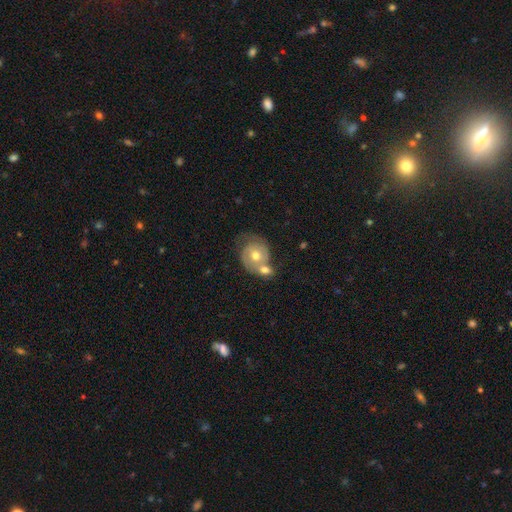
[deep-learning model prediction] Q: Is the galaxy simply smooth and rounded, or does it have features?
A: featured or disk — 59%.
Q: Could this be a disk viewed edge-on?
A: no — 97%.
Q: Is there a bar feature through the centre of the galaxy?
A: no — 78%.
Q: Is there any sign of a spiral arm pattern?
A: yes — 75%.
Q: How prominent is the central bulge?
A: moderate — 74%.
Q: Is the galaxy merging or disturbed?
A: merger — 47%.